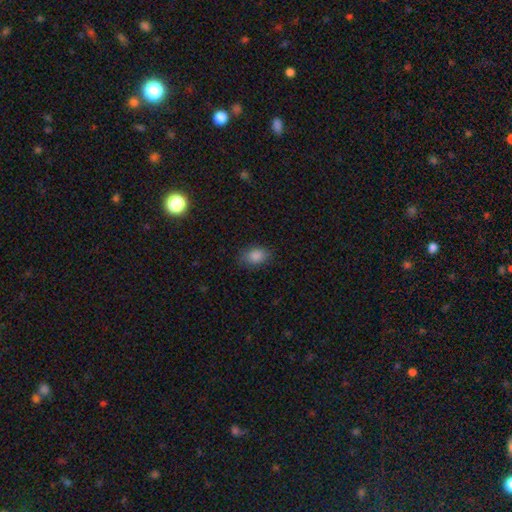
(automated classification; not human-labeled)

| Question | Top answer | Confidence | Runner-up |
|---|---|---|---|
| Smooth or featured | smooth | 85% | star or artifact (11%) |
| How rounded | in between | 81% | round (18%) |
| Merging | none | 83% | minor disturbance (13%) |